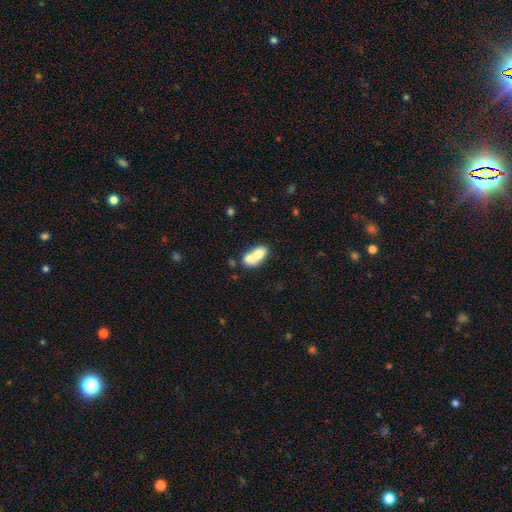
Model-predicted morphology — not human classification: This is likely a smooth galaxy (68%). How rounded: clearly in between (82%). Merging: likely merger (65%).